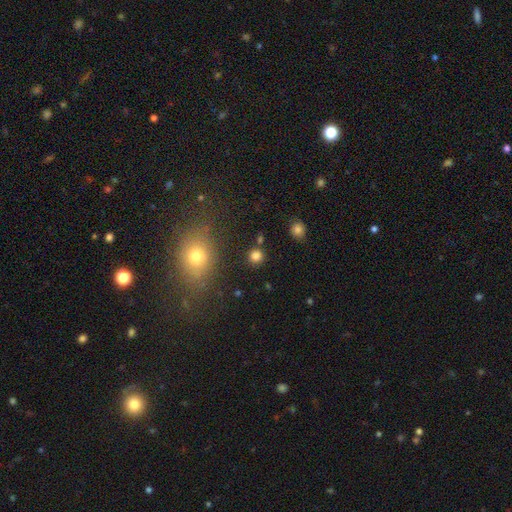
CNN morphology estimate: Smooth or featured? Predicted: smooth (p=0.81). How rounded? Predicted: round (p=0.91). Merging? Predicted: none (p=0.87).